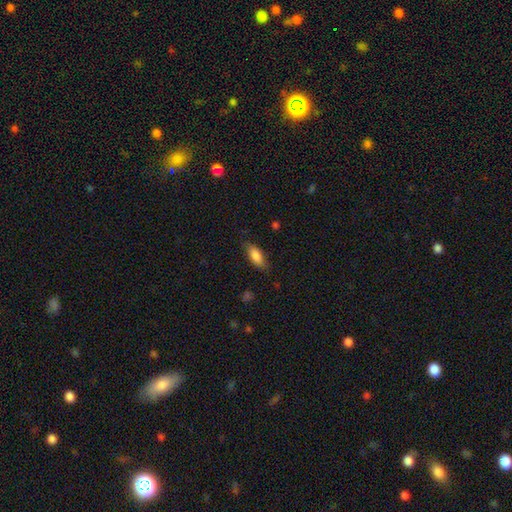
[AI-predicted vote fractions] A smooth galaxy with no disk features (84%) that is in between round and cigar-shaped (80%).

Vote fractions:
- Smooth or featured? smooth: 84% / featured or disk: 10% / star or artifact: 7%
- How rounded? in between: 80% / cigar-shaped: 18% / round: 2%
- Merging? none: 77% / minor disturbance: 18% / major disturbance: 4% / merger: 1%